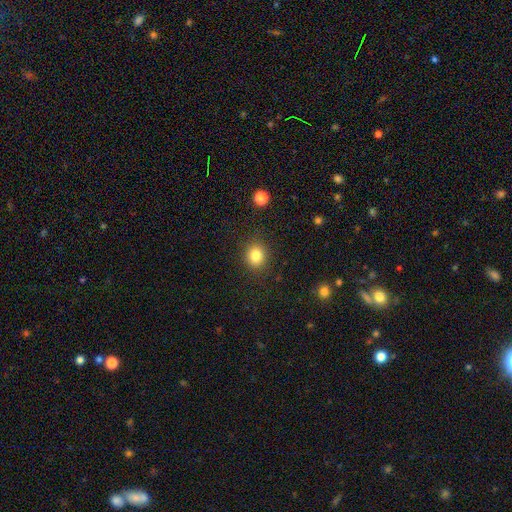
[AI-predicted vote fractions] Smooth or featured: smooth — 82% (star or artifact — 11%)
How rounded: round — 78% (in between — 21%)
Merging: none — 89% (minor disturbance — 7%)